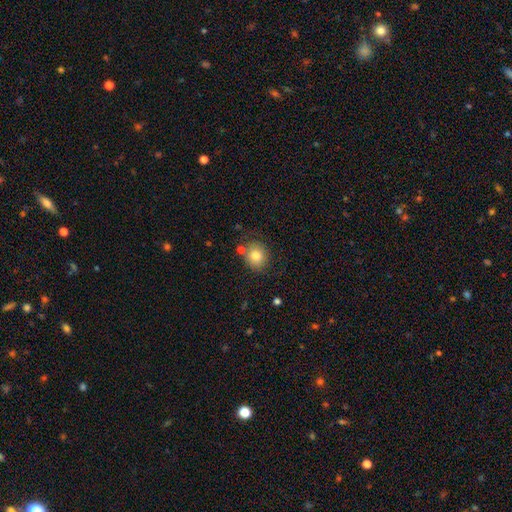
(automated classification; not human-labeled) Smooth or featured? smooth (80%)
How rounded? round (79%)
Merging? none (71%)